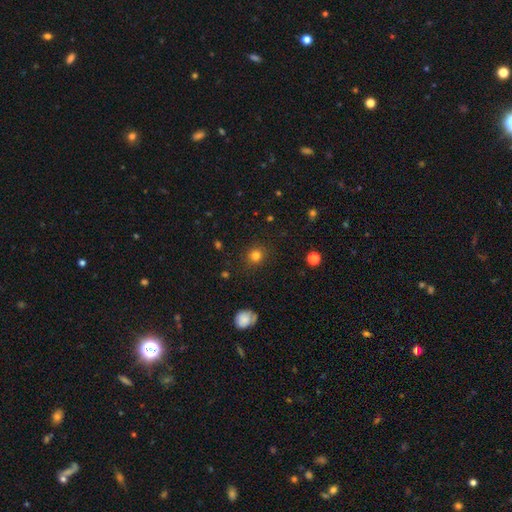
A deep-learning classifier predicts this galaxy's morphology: Smooth or featured: smooth — 81% (star or artifact — 14%)
How rounded: round — 89% (in between — 10%)
Merging: none — 89% (minor disturbance — 7%)